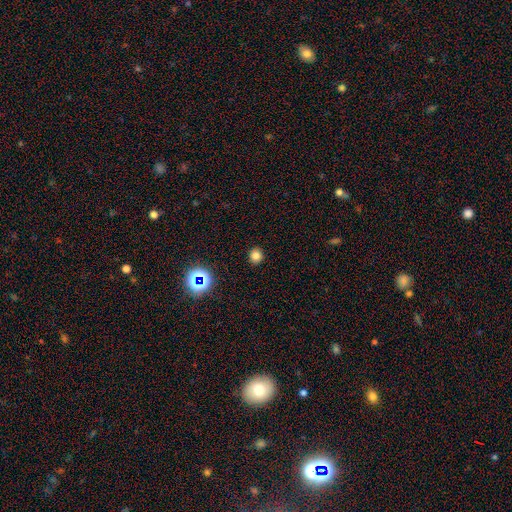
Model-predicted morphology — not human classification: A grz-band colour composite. It shows a smooth galaxy with no disk features (77%) that is round (86%). Merging: none (92%).